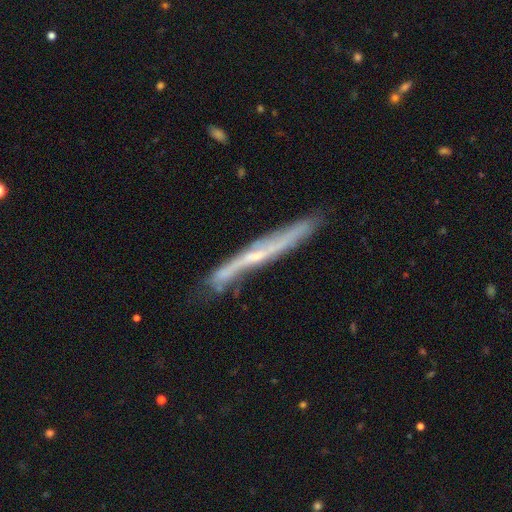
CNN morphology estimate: smooth_or_featured: featured or disk (p=0.74) [alt: smooth p=0.19]
disk_edge_on: yes (p=0.82) [alt: no p=0.18]
edge_on_bulge: none (p=0.59) [alt: rounded p=0.36]
merging: none (p=0.65) [alt: minor disturbance p=0.24]